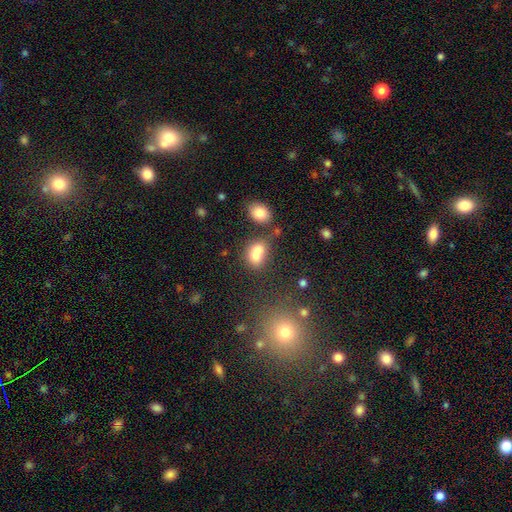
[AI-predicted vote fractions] Morphology: type=smooth (75%); roundness=in between (68%); merging=merger (52%).